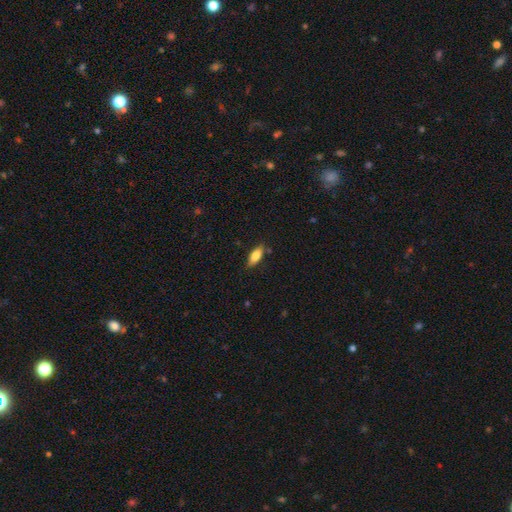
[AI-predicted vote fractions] smooth 73%, featured or disk 20%, star or artifact 7%. Down the decision tree: how rounded — in between (73%); merging — none (82%).